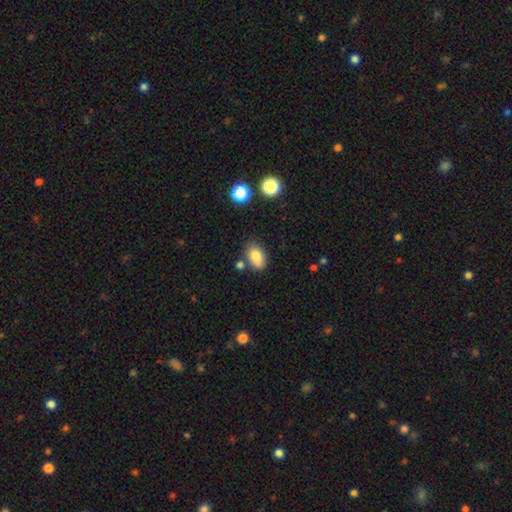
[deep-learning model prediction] smooth_or_featured: smooth (p=0.80) [alt: featured or disk p=0.10]
how_rounded: in between (p=0.87) [alt: round p=0.11]
merging: none (p=0.69) [alt: minor disturbance p=0.17]